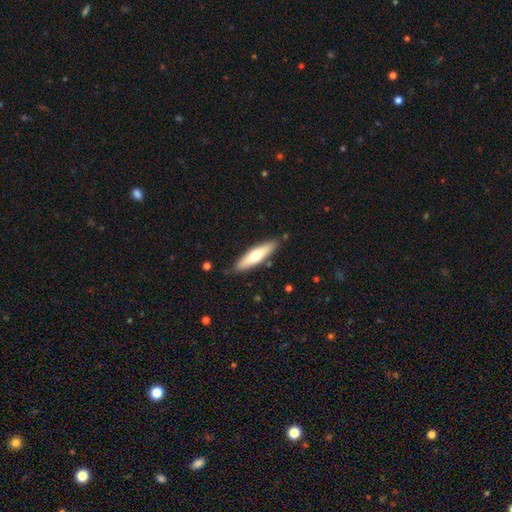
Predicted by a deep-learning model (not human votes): This is possibly a smooth galaxy (56%). How rounded: likely cigar-shaped (71%). Merging: clearly none (86%).